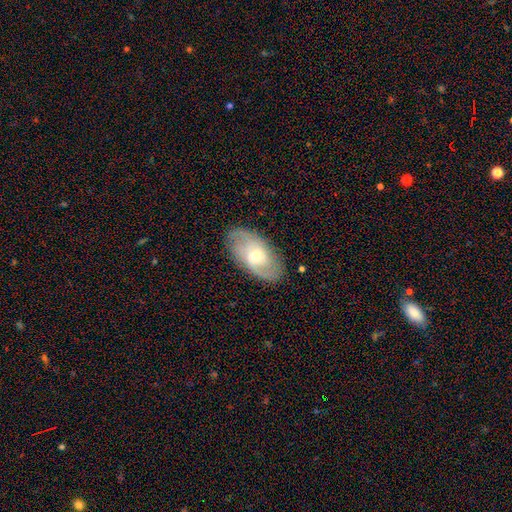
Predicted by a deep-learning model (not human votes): smooth_or_featured: featured or disk (p=0.67) [alt: smooth p=0.27]
disk_edge_on: no (p=0.91) [alt: yes p=0.09]
bar: no (p=0.65) [alt: weak p=0.28]
has_spiral_arms: yes (p=0.81) [alt: no p=0.19]
bulge_size: moderate (p=0.51) [alt: small p=0.44]
merging: none (p=0.83) [alt: minor disturbance p=0.12]